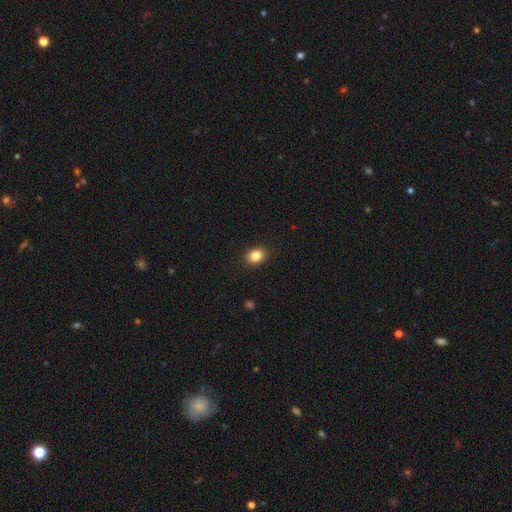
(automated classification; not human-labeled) Q: Smooth or featured?
A: smooth (84%); runner-up: star or artifact (10%)
Q: How rounded?
A: in between (61%); runner-up: round (38%)
Q: Merging?
A: none (90%); runner-up: minor disturbance (8%)